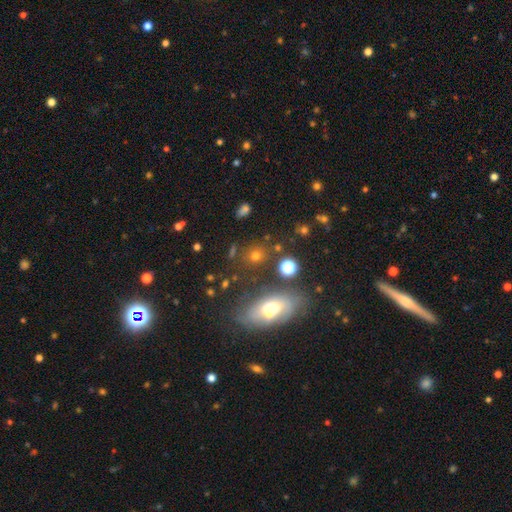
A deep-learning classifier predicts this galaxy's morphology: Smooth or featured? smooth (65%)
How rounded? round (67%)
Merging? none (74%)